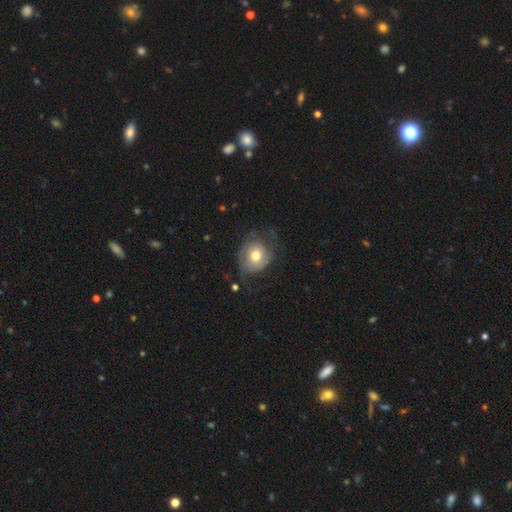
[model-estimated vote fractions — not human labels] smooth-or-featured: smooth: 49% | featured or disk: 44% | star or artifact: 8%
  merging: none: 51% | minor disturbance: 26% | major disturbance: 21% | merger: 2%